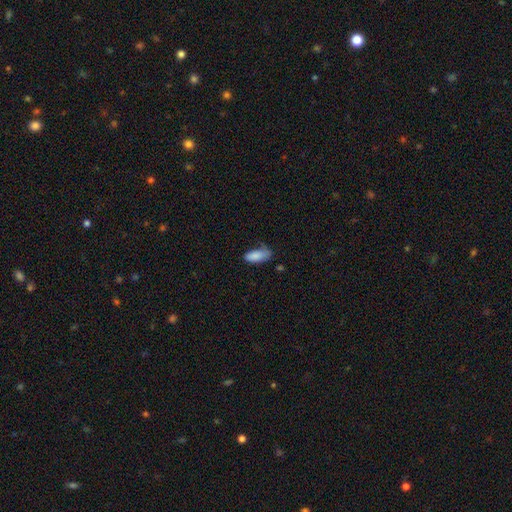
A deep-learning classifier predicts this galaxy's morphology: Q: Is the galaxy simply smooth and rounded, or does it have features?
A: smooth — 86%.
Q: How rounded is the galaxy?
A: in between — 82%.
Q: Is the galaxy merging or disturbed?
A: none — 50%.